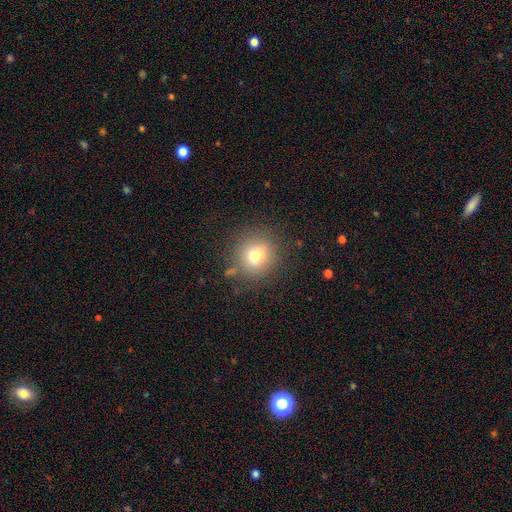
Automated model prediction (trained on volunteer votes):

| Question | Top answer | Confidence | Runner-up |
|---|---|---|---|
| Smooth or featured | smooth | 74% | star or artifact (14%) |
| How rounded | round | 90% | in between (9%) |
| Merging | none | 82% | minor disturbance (10%) |